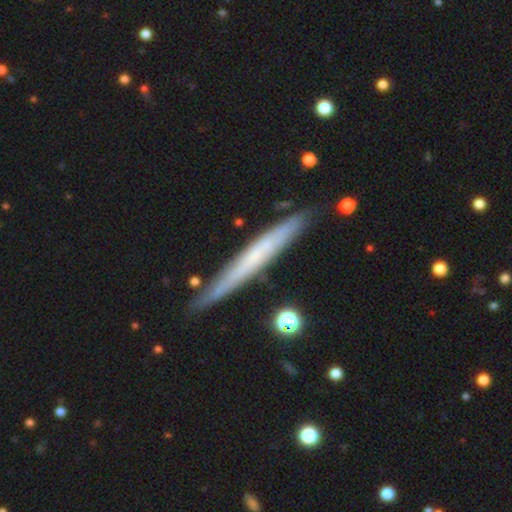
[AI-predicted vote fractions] Smooth or featured? featured or disk (54%)
Edge-on disk? yes (91%)
Merging? none (83%)